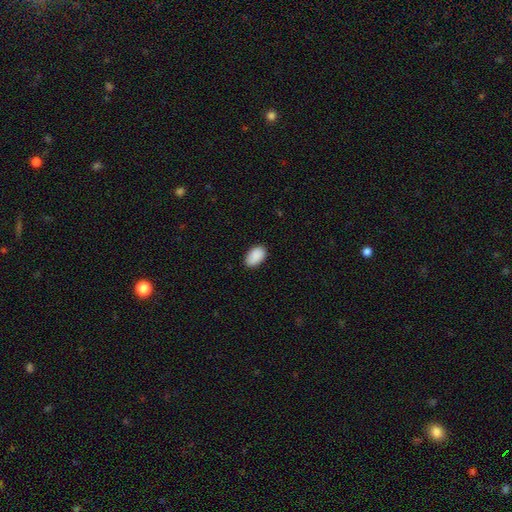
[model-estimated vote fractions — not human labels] Smooth or featured? smooth (90%)
How rounded? in between (93%)
Merging? none (83%)